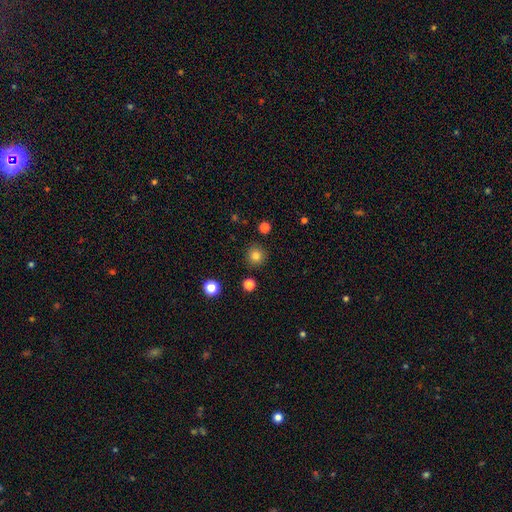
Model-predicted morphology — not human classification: This appears to be a smooth galaxy with no disk features (82%) that is round (95%). Merging: none (90%).